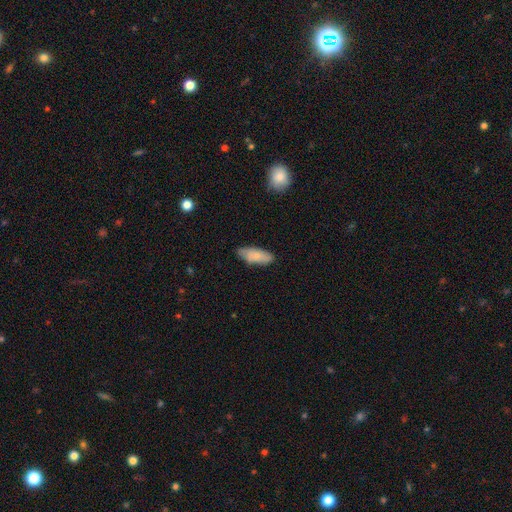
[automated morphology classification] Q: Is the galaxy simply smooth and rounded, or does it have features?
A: smooth — 82%.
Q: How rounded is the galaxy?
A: in between — 74%.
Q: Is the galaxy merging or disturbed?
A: none — 76%.